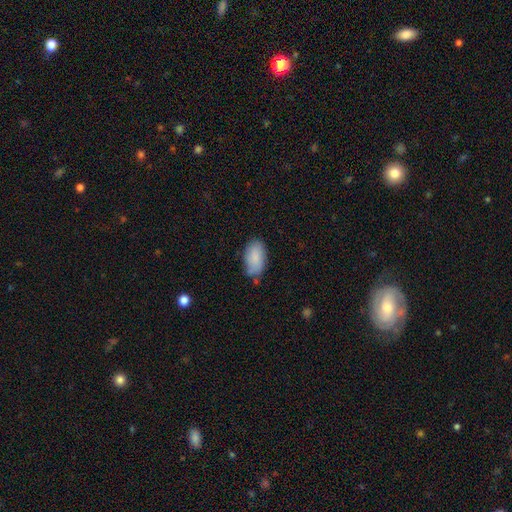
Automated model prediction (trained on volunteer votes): The model was most divided on "merging": none: 69%, minor disturbance: 23%, major disturbance: 4%, merger: 4%. More confident: how rounded — in between (94%); smooth or featured — smooth (86%).